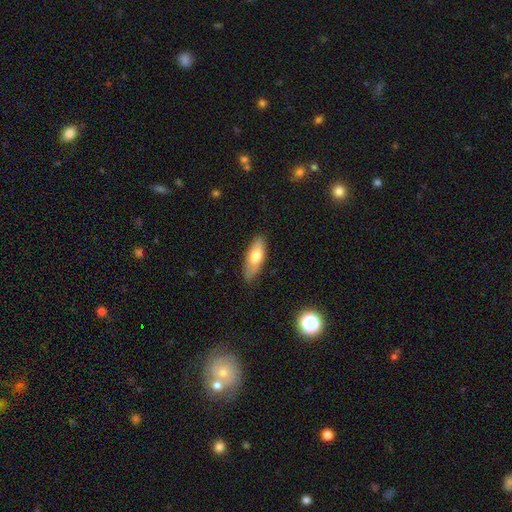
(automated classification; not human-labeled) Q: Smooth or featured?
A: smooth (72%); runner-up: featured or disk (22%)
Q: How rounded?
A: in between (65%); runner-up: cigar-shaped (33%)
Q: Merging?
A: none (81%); runner-up: minor disturbance (15%)